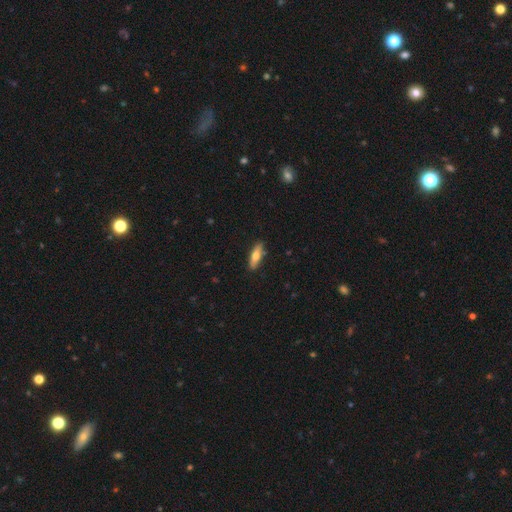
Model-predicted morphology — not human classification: The model was most divided on "how rounded": cigar-shaped: 55%, in between: 43%, round: 2%. More confident: merging — none (87%); smooth or featured — smooth (62%).